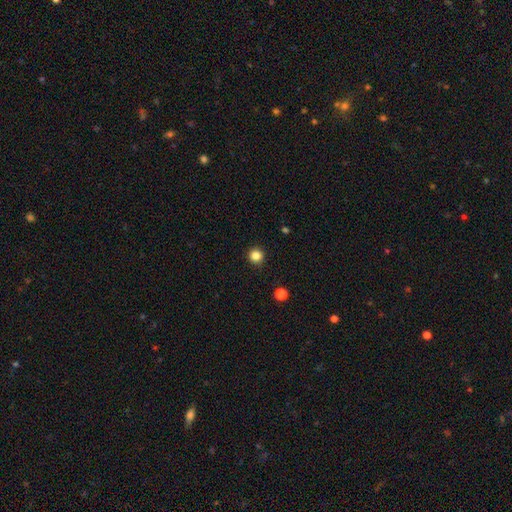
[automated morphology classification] smooth 85%, star or artifact 12%, featured or disk 4%. Down the decision tree: how rounded — round (96%); merging — none (93%).